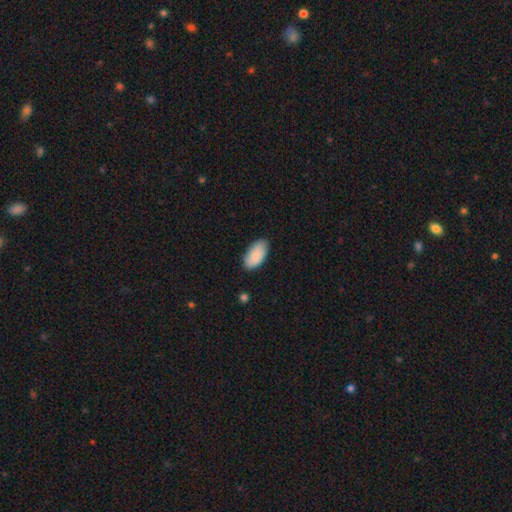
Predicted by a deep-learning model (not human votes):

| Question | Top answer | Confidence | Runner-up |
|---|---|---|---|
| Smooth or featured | smooth | 85% | featured or disk (9%) |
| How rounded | in between | 95% | cigar-shaped (3%) |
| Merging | none | 80% | minor disturbance (16%) |